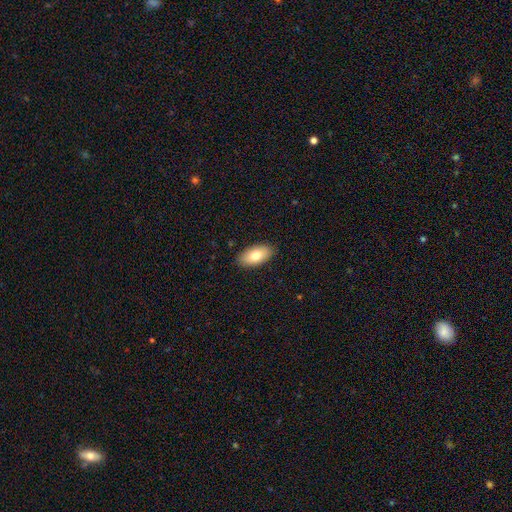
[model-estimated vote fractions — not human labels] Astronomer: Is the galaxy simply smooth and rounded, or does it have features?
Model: smooth — 77%.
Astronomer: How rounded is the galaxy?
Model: in between — 94%.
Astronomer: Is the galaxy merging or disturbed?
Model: none — 89%.